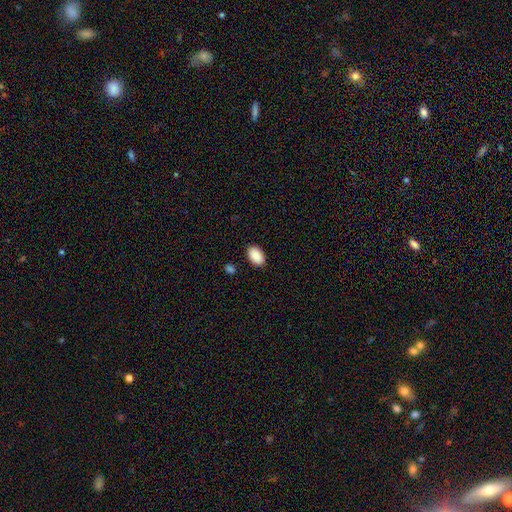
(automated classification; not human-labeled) The model was most divided on "merging": none: 89%, minor disturbance: 8%, major disturbance: 2%, merger: 2%. More confident: how rounded — in between (92%); smooth or featured — smooth (91%).